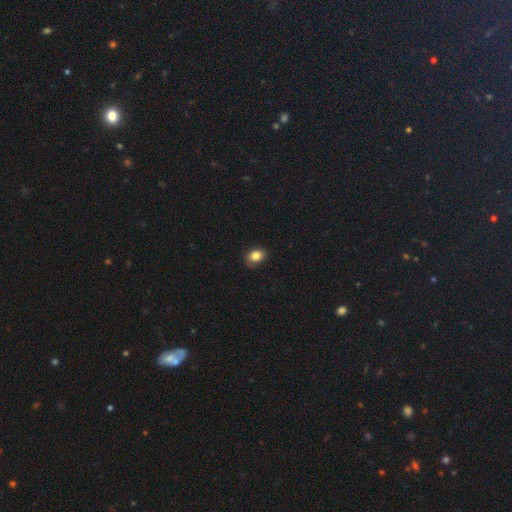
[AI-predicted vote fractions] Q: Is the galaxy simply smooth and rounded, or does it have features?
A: smooth — 84%.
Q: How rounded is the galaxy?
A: in between — 61%.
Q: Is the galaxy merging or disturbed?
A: none — 79%.